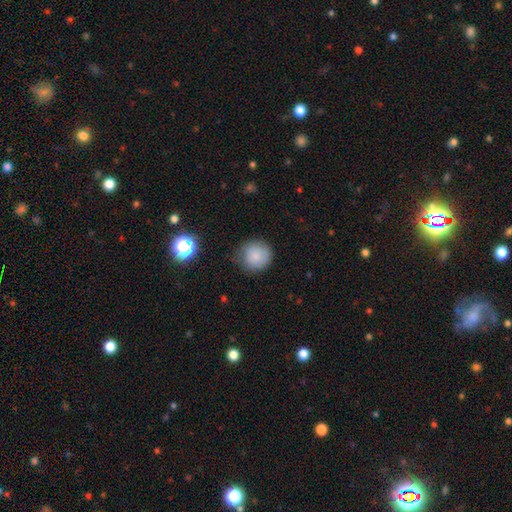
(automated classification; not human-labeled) This is clearly a smooth galaxy (83%). How rounded: clearly round (91%). Merging: likely none (73%).